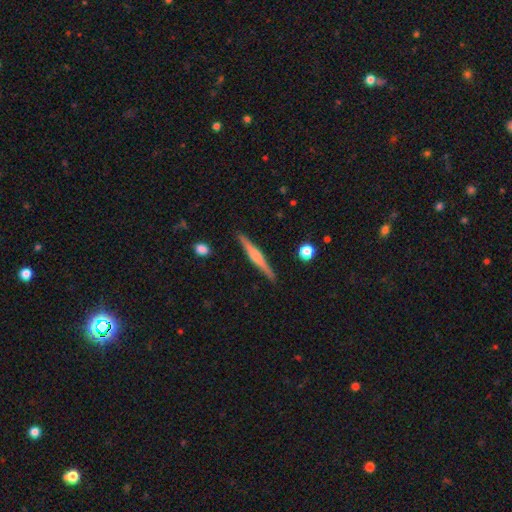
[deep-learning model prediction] This is likely a featured or disk galaxy (67%). It is clearly viewed edge-on (98%). Edge-on bulge: likely rounded (67%). Merging: clearly none (91%).